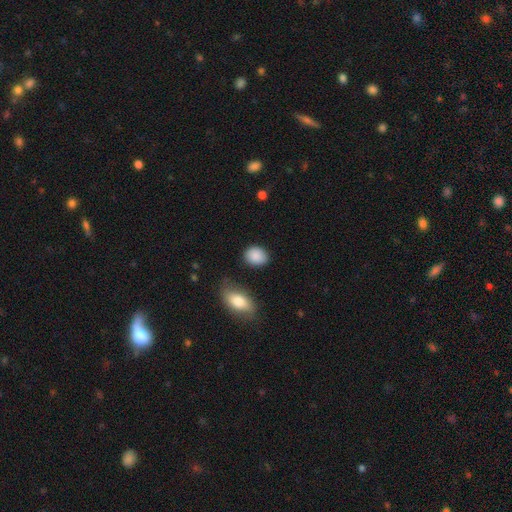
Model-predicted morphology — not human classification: A smooth galaxy with no disk features (88%) that is in between round and cigar-shaped (51%).

Vote fractions:
- Smooth or featured? smooth: 88% / star or artifact: 7% / featured or disk: 4%
- How rounded? in between: 51% / round: 47% / cigar-shaped: 2%
- Merging? none: 81% / minor disturbance: 13% / major disturbance: 3% / merger: 3%